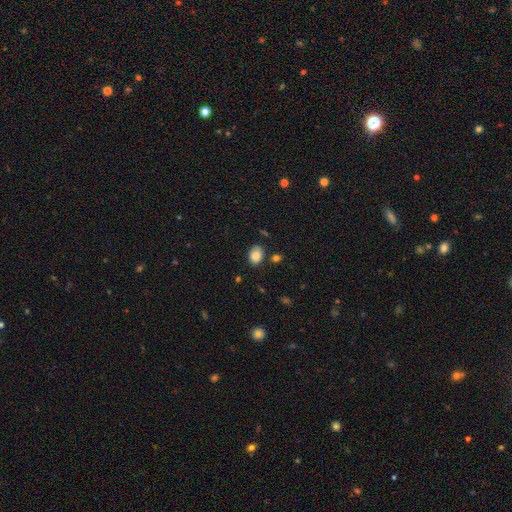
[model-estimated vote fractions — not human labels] This is clearly a smooth galaxy (85%). How rounded: likely in between (70%). Merging: likely none (77%).